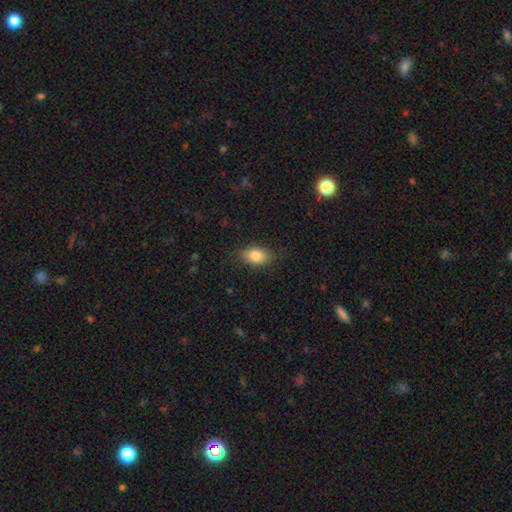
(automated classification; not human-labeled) The model was most divided on "merging": none: 82%, minor disturbance: 13%, major disturbance: 4%, merger: 1%. More confident: how rounded — in between (87%); smooth or featured — smooth (85%).